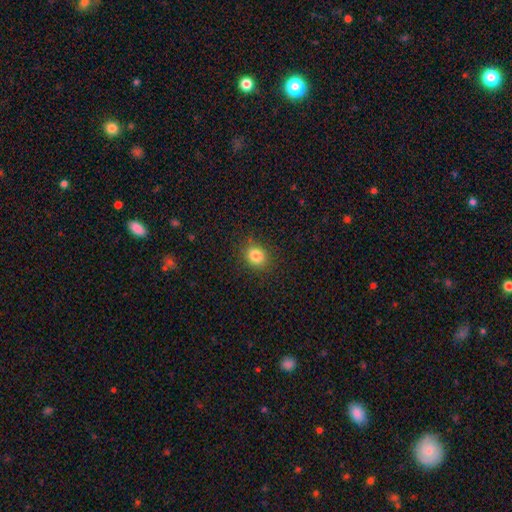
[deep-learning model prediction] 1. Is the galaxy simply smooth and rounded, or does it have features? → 82% smooth, 12% star or artifact, 6% featured or disk.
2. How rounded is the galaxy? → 71% round, 28% in between, 1% cigar-shaped.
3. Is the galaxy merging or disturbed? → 84% none, 11% minor disturbance, 3% major disturbance, 1% merger.